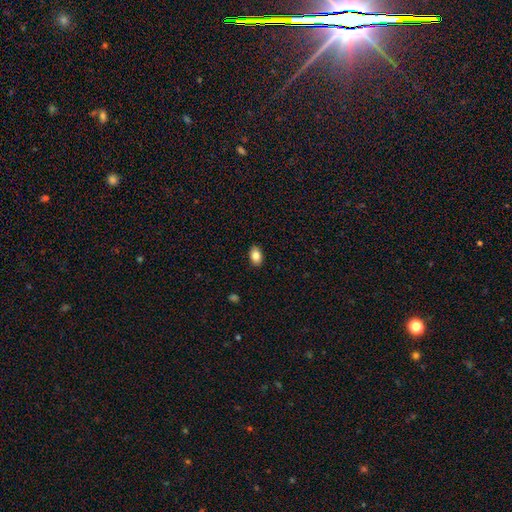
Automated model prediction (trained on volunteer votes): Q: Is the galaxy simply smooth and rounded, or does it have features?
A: smooth — 84%.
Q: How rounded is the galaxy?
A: in between — 87%.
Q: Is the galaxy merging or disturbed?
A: none — 89%.